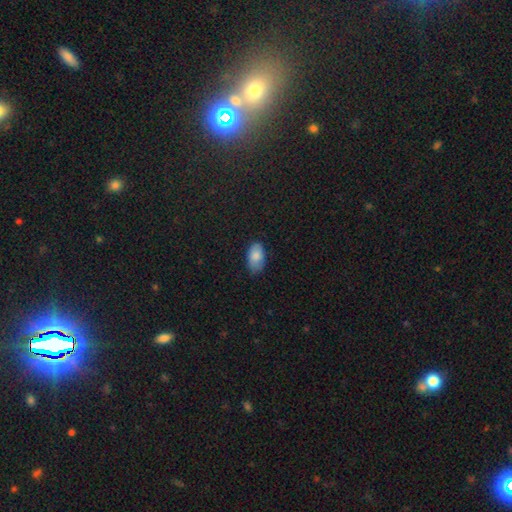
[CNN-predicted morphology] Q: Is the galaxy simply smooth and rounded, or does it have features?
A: smooth — 85%.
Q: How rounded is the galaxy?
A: in between — 94%.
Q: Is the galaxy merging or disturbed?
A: none — 72%.